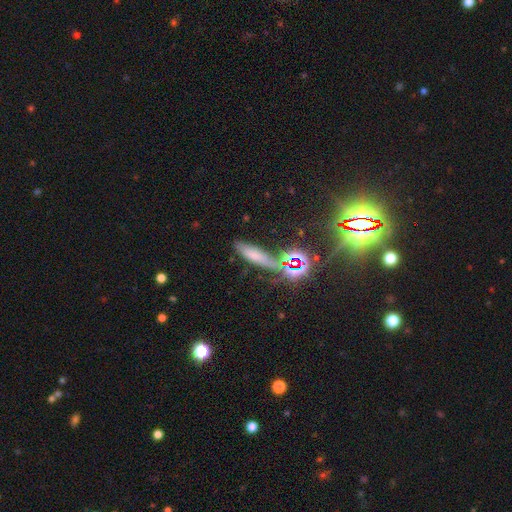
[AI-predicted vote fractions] smooth 55%, star or artifact 29%, featured or disk 17%. Down the decision tree: how rounded — cigar-shaped (66%); merging — none (61%).